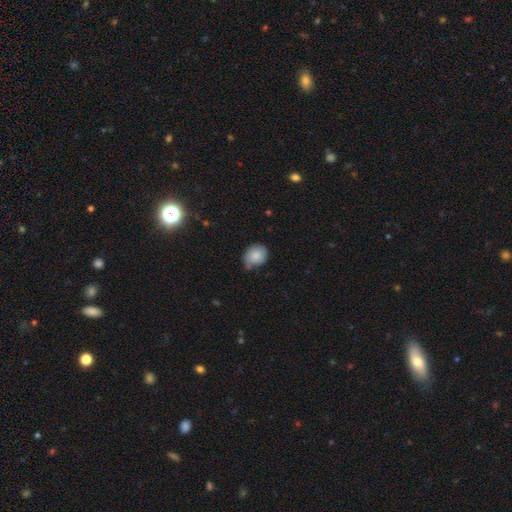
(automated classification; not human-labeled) This appears to be a smooth galaxy with no disk features (80%) that is round (56%). Merging: none (51%).